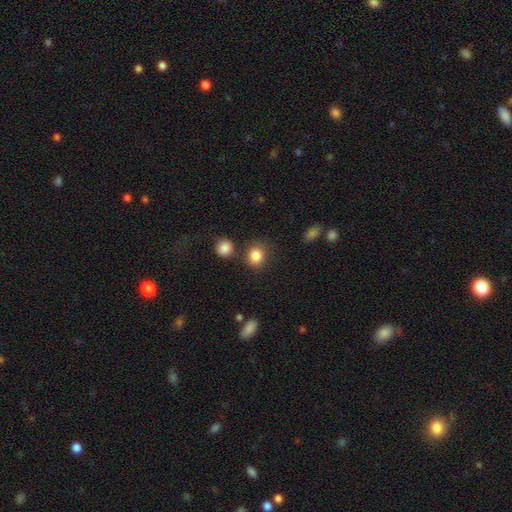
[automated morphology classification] Overall: smooth (85%). How rounded: round (65%; in between 34%). Merging: none (77%).